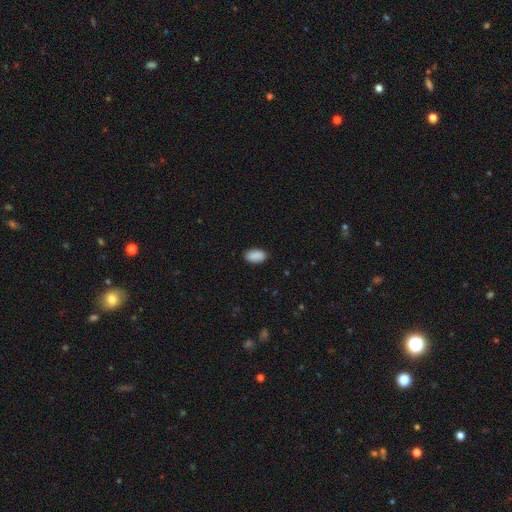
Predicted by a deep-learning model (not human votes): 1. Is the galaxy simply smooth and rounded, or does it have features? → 90% smooth, 7% star or artifact, 3% featured or disk.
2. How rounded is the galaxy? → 94% in between, 4% round, 2% cigar-shaped.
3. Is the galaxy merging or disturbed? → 88% none, 9% minor disturbance, 2% major disturbance, 1% merger.